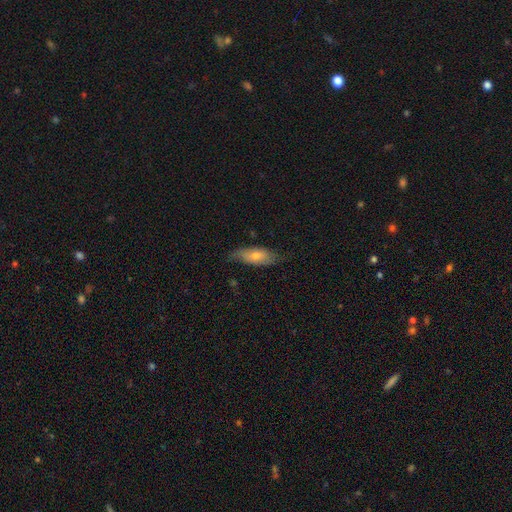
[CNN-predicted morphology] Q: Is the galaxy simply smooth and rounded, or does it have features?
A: smooth — 53%.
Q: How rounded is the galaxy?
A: in between — 65%.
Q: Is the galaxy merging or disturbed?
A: none — 71%.